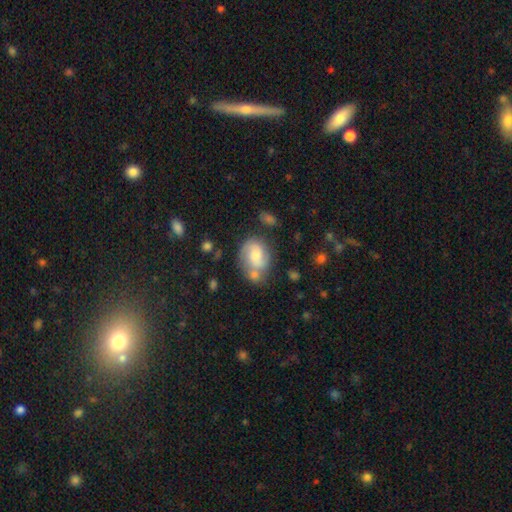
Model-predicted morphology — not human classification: Q: Smooth or featured?
A: featured or disk (54%); runner-up: smooth (37%)
Q: Edge-on disk?
A: no (97%); runner-up: yes (3%)
Q: Bar?
A: no (59%); runner-up: weak (35%)
Q: Spiral arms?
A: yes (85%); runner-up: no (15%)
Q: Bulge size?
A: moderate (39%); runner-up: small (32%)
Q: Merging?
A: none (45%); runner-up: merger (26%)